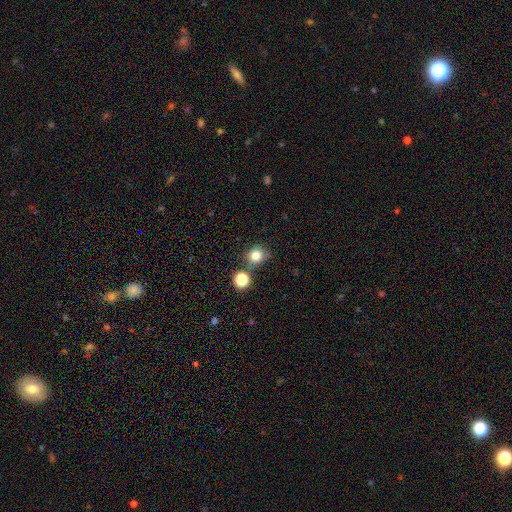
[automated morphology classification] Smooth or featured? Predicted: smooth (p=0.79). How rounded? Predicted: round (p=0.83). Merging? Predicted: none (p=0.70).